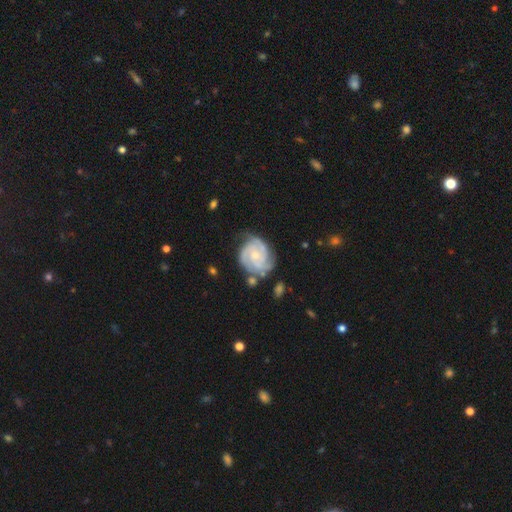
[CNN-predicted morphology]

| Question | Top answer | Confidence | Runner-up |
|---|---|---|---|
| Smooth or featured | featured or disk | 87% | smooth (8%) |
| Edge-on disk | no | 98% | yes (2%) |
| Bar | no | 69% | weak (26%) |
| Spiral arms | yes | 98% | no (2%) |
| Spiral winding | tight | 65% | medium (30%) |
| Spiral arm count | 3 | 51% | 4 (19%) |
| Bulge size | small | 62% | moderate (31%) |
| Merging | none | 67% | minor disturbance (22%) |